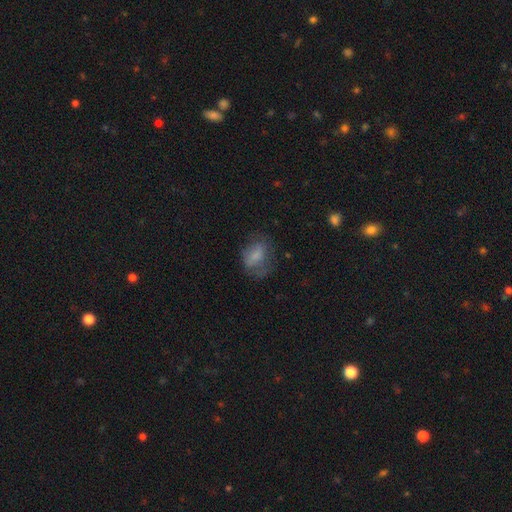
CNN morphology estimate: This is likely a smooth galaxy (65%). How rounded: likely in between (71%). Merging: possibly none (49%).